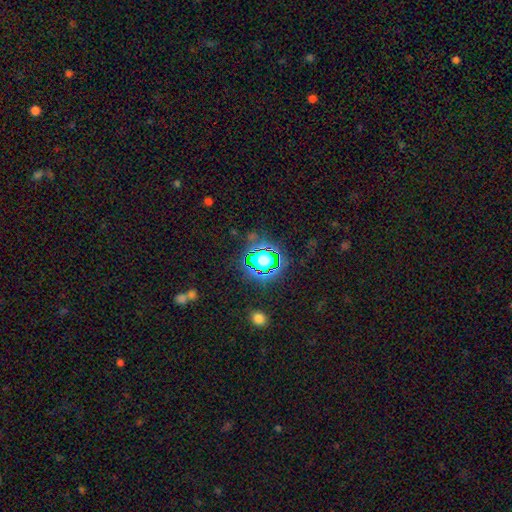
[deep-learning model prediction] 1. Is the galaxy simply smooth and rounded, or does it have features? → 77% star or artifact, 16% smooth, 7% featured or disk.